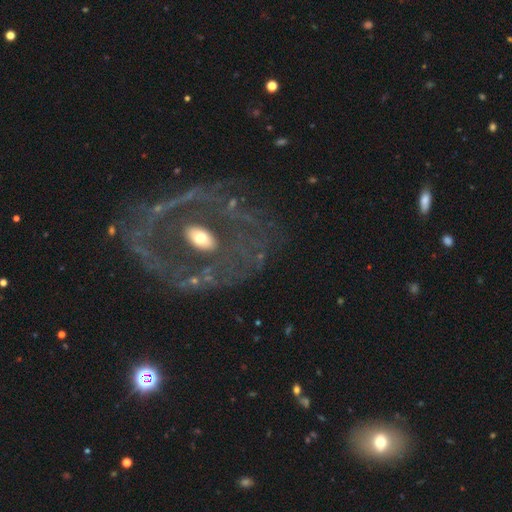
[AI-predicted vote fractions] Smooth or featured?
  - featured or disk: 78% *
  - smooth: 13%
  - star or artifact: 9%
Edge-on disk?
  - no: 95% *
  - yes: 5%
Bar?
  - no: 57% *
  - weak: 25%
  - strong: 17%
Spiral arms?
  - no: 58% *
  - yes: 42%
Bulge size?
  - moderate: 61% *
  - small: 25%
  - large: 8%
  - none: 3%
  - dominant: 2%
Merging?
  - none: 67% *
  - minor disturbance: 15%
  - major disturbance: 14%
  - merger: 4%